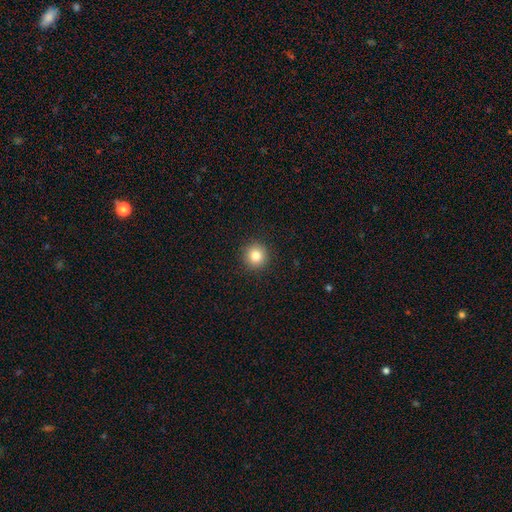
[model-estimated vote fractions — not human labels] Smooth or featured?
  - smooth: 83% *
  - star or artifact: 11%
  - featured or disk: 6%
How rounded?
  - round: 95% *
  - in between: 4%
  - cigar-shaped: 1%
Merging?
  - none: 92% *
  - minor disturbance: 5%
  - major disturbance: 2%
  - merger: 1%